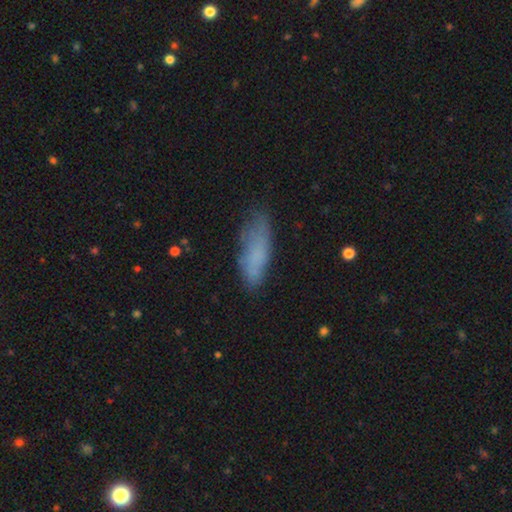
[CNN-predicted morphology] The model was most divided on "how rounded": in between: 55%, cigar-shaped: 43%, round: 2%. More confident: smooth or featured — smooth (72%); merging — none (67%).